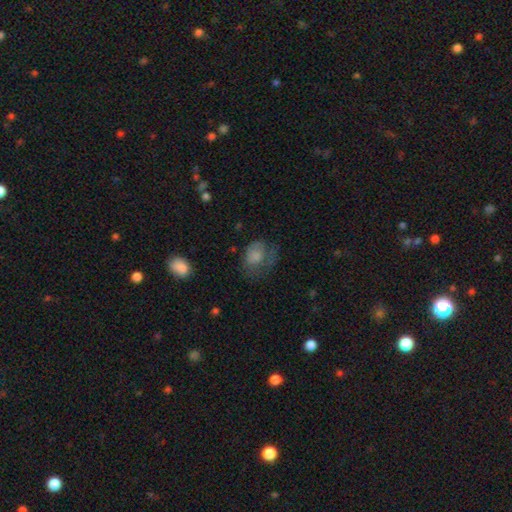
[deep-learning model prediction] Smooth or featured?
  - smooth: 70% *
  - featured or disk: 20%
  - star or artifact: 9%
How rounded?
  - in between: 55% *
  - round: 44%
  - cigar-shaped: 1%
Merging?
  - major disturbance: 36% *
  - none: 34%
  - minor disturbance: 28%
  - merger: 2%